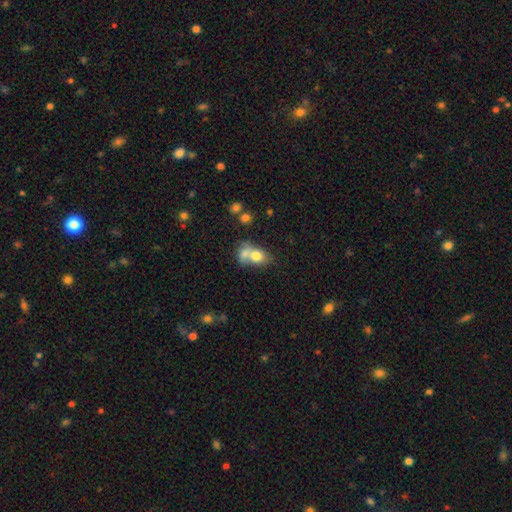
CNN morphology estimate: Q: Smooth or featured?
A: smooth (74%); runner-up: featured or disk (16%)
Q: How rounded?
A: in between (56%); runner-up: round (42%)
Q: Merging?
A: merger (62%); runner-up: none (23%)